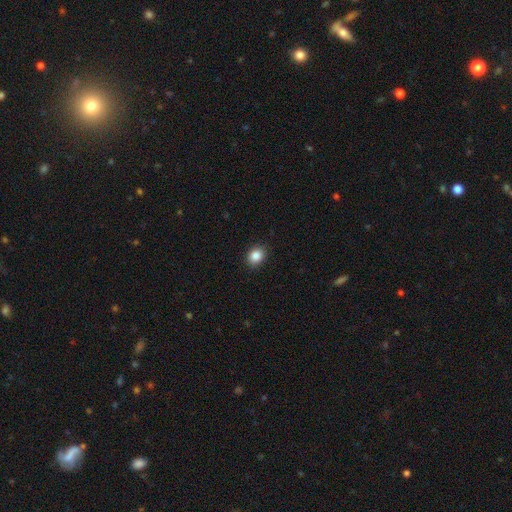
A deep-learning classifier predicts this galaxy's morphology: Smooth or featured: smooth — 87% (star or artifact — 9%)
How rounded: round — 53% (in between — 46%)
Merging: none — 88% (minor disturbance — 9%)